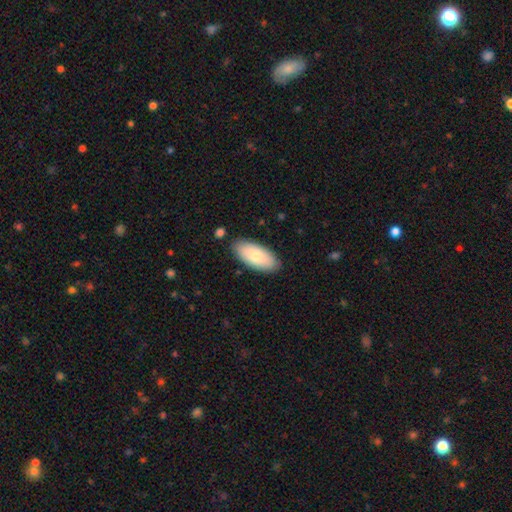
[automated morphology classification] type=smooth (78%); roundness=in between (91%); merging=none (84%).